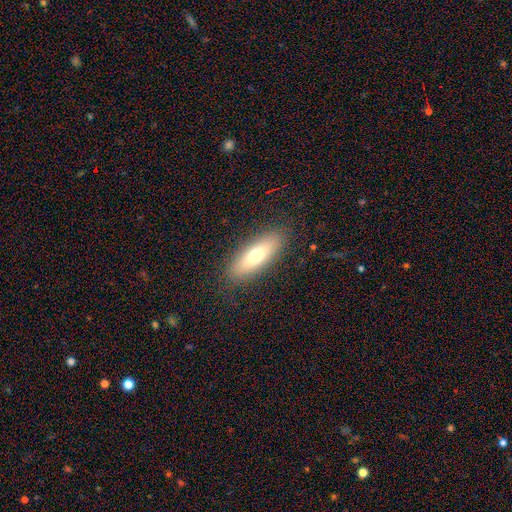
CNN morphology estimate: Q: Smooth or featured?
A: smooth (66%); runner-up: featured or disk (26%)
Q: How rounded?
A: in between (59%); runner-up: cigar-shaped (38%)
Q: Merging?
A: none (87%); runner-up: minor disturbance (9%)